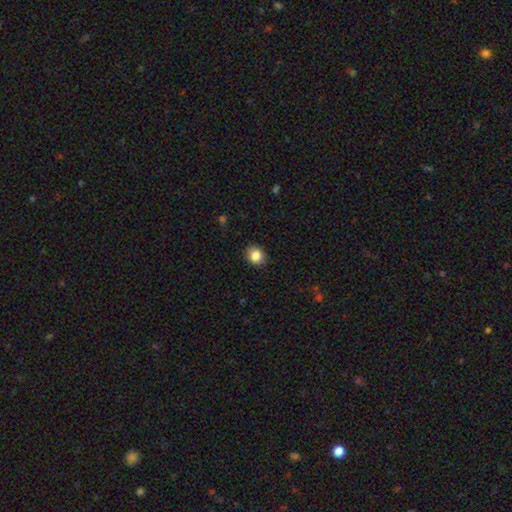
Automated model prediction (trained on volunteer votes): A smooth galaxy with no disk features (85%) that is round (70%). Merging: none (89%).